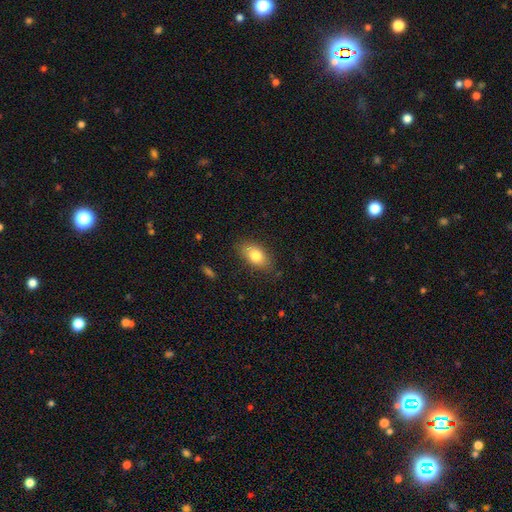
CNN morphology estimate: Q: Smooth or featured?
A: smooth (80%); runner-up: featured or disk (12%)
Q: How rounded?
A: in between (89%); runner-up: round (8%)
Q: Merging?
A: none (81%); runner-up: minor disturbance (14%)